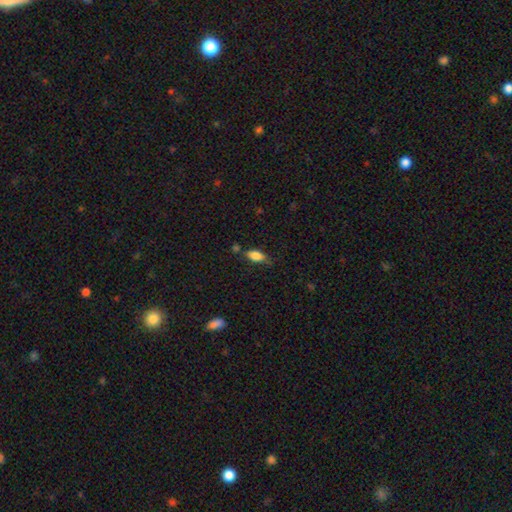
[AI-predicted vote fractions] Smooth or featured?
  - smooth: 84% *
  - star or artifact: 8%
  - featured or disk: 8%
How rounded?
  - in between: 87% *
  - cigar-shaped: 10%
  - round: 3%
Merging?
  - none: 59% *
  - minor disturbance: 27%
  - merger: 7%
  - major disturbance: 7%